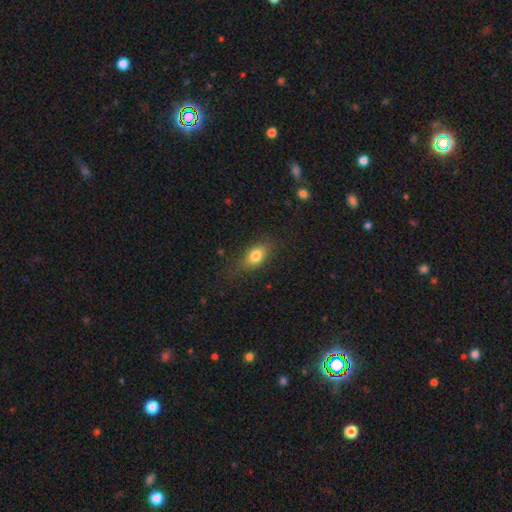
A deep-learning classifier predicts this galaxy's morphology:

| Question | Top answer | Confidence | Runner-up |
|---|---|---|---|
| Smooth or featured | smooth | 80% | featured or disk (12%) |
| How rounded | in between | 80% | round (12%) |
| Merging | none | 73% | minor disturbance (19%) |